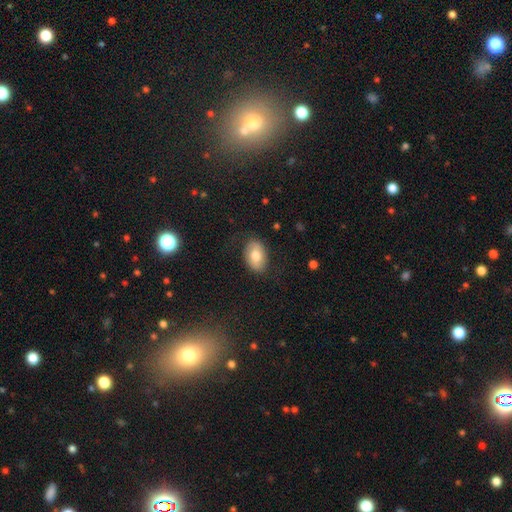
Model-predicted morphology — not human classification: smooth 70%, featured or disk 23%, star or artifact 7%. Down the decision tree: how rounded — in between (86%); merging — none (79%).